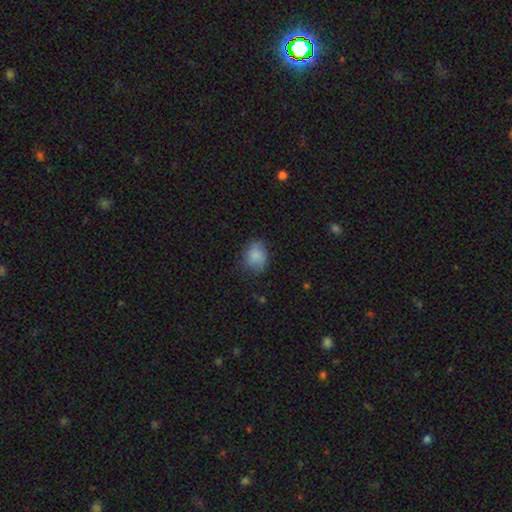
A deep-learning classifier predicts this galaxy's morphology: Smooth or featured? Predicted: smooth (p=0.84). How rounded? Predicted: in between (p=0.56). Merging? Predicted: none (p=0.67).